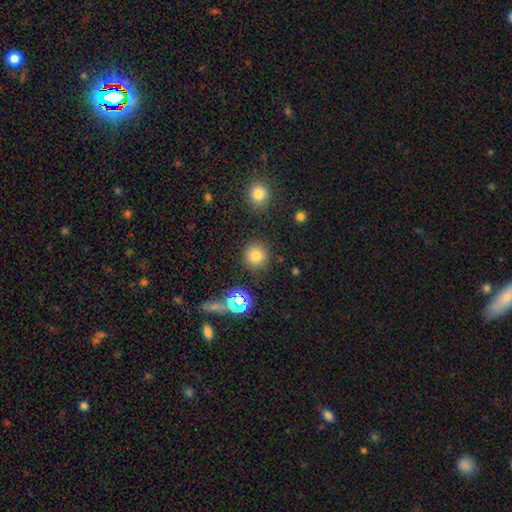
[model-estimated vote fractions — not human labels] Smooth or featured?
  - smooth: 77% *
  - star or artifact: 16%
  - featured or disk: 6%
How rounded?
  - round: 93% *
  - in between: 6%
  - cigar-shaped: 1%
Merging?
  - none: 87% *
  - minor disturbance: 7%
  - major disturbance: 3%
  - merger: 3%